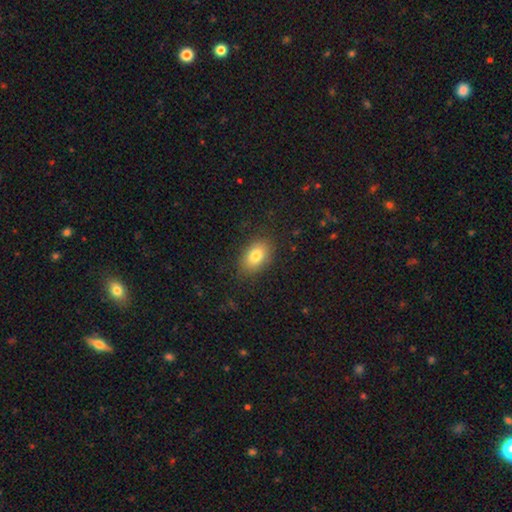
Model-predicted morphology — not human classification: This is clearly a smooth galaxy (82%). How rounded: clearly in between (85%). Merging: clearly none (85%).